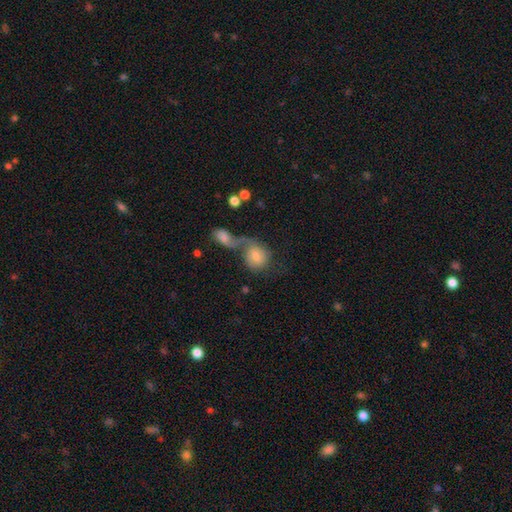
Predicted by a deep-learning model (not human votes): Smooth or featured: smooth — 62% (featured or disk — 28%)
How rounded: round — 68% (in between — 31%)
Merging: merger — 55% (none — 22%)